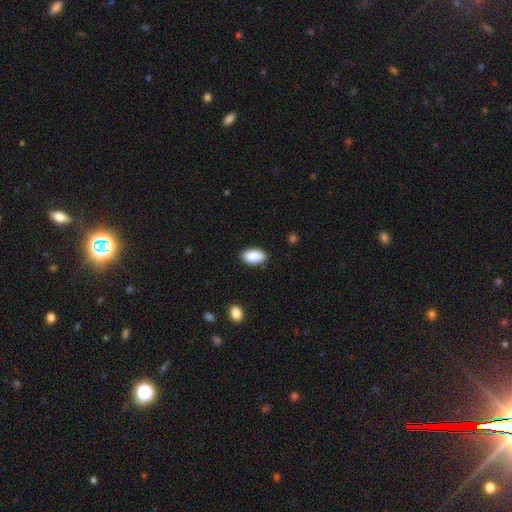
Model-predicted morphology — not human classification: Smooth or featured?
  - smooth: 90% *
  - star or artifact: 6%
  - featured or disk: 4%
How rounded?
  - in between: 94% *
  - round: 3%
  - cigar-shaped: 3%
Merging?
  - none: 87% *
  - minor disturbance: 10%
  - major disturbance: 2%
  - merger: 1%